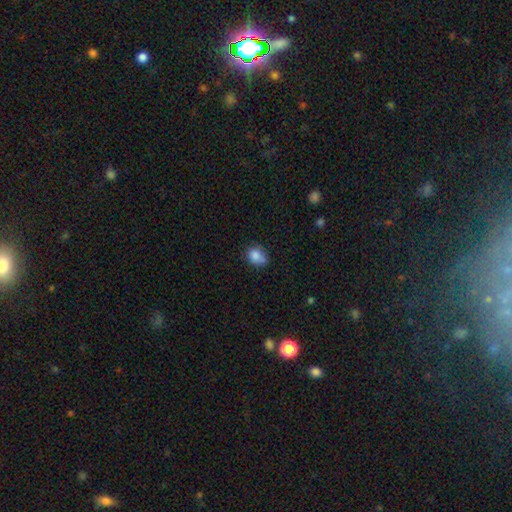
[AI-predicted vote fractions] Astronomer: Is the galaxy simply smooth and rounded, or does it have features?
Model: smooth — 84%.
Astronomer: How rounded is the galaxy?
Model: in between — 57% (runner-up: round, 42%).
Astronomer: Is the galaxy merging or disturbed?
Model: none — 54% (runner-up: minor disturbance, 34%).